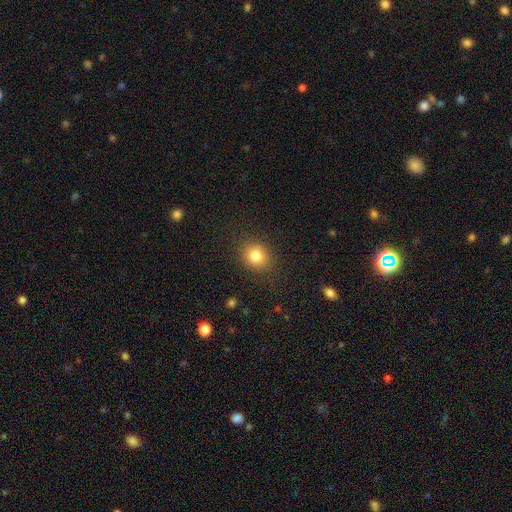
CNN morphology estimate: smooth_or_featured: smooth (p=0.81) [alt: star or artifact p=0.12]
how_rounded: round (p=0.79) [alt: in between p=0.20]
merging: none (p=0.87) [alt: minor disturbance p=0.09]